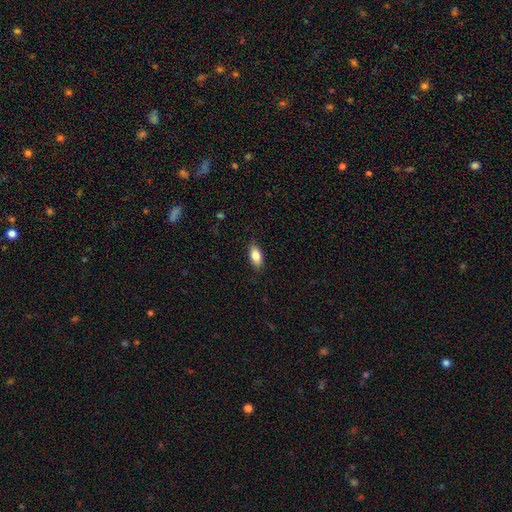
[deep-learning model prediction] Smooth or featured: smooth — 83% (featured or disk — 10%)
How rounded: in between — 88% (cigar-shaped — 8%)
Merging: none — 84% (minor disturbance — 12%)